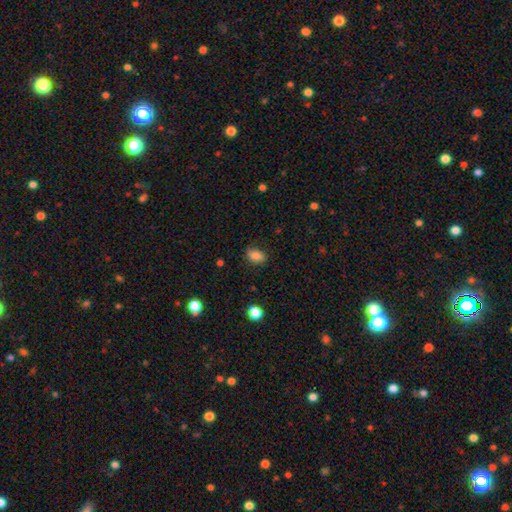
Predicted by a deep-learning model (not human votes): Smooth or featured? Predicted: smooth (p=0.82). How rounded? Predicted: in between (p=0.84). Merging? Predicted: none (p=0.80).